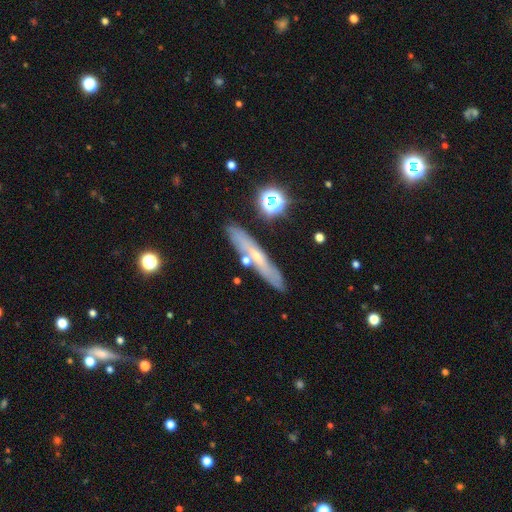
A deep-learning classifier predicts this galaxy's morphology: smooth_or_featured: featured or disk (p=0.50) [alt: smooth p=0.40]
merging: none (p=0.82) [alt: minor disturbance p=0.10]